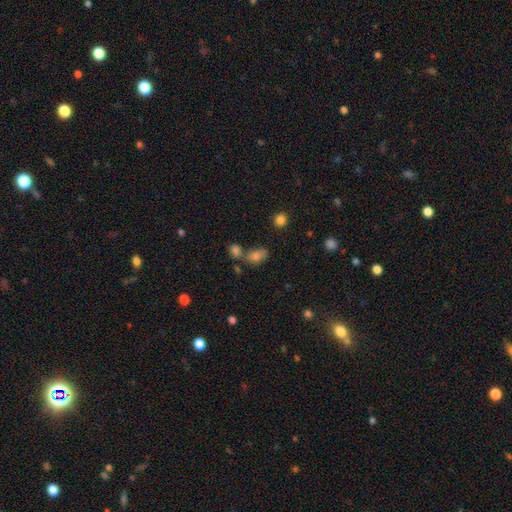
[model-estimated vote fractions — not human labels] This appears to be a smooth galaxy with no disk features (68%) that is in between round and cigar-shaped (76%). Merging: none (52%).